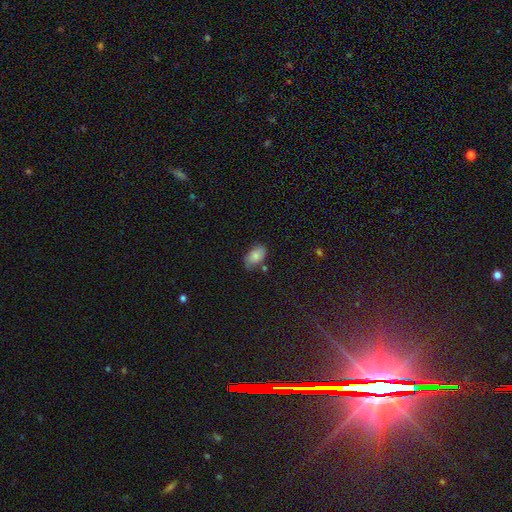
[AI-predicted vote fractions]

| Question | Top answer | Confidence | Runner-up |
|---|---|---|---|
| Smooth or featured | smooth | 81% | featured or disk (10%) |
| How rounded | in between | 93% | round (5%) |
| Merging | none | 68% | minor disturbance (23%) |